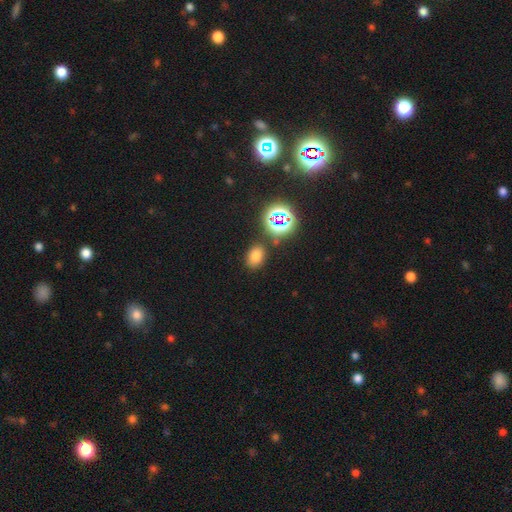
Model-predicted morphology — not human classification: type=smooth (70%); roundness=in between (76%); merging=none (81%).